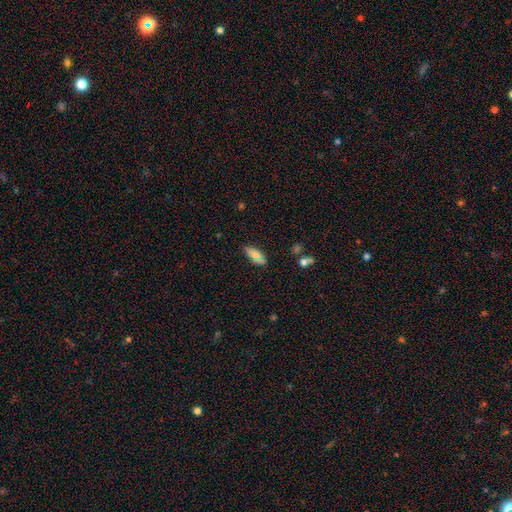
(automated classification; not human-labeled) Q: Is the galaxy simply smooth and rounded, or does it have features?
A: smooth — 74%.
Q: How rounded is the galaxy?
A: in between — 80%.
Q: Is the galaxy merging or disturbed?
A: none — 78%.